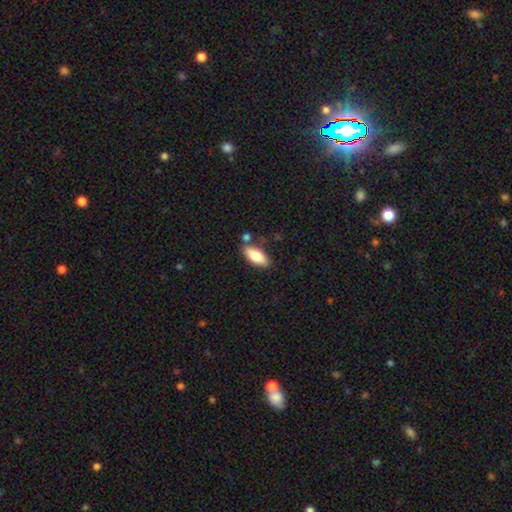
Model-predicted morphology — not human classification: The model was most divided on "smooth or featured": smooth: 78%, featured or disk: 16%, star or artifact: 6%. More confident: how rounded — in between (81%); merging — none (76%).